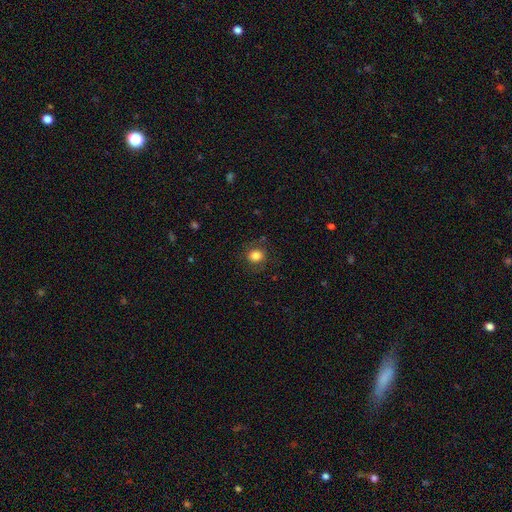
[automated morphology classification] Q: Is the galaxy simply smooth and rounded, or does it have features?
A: smooth — 81%.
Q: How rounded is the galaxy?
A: round — 76%.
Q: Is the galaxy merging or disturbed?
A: none — 80%.